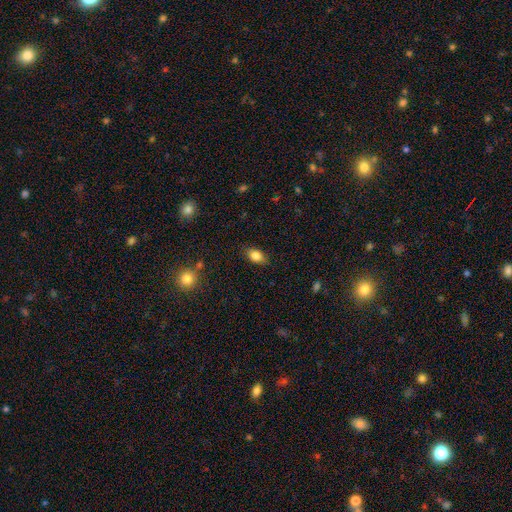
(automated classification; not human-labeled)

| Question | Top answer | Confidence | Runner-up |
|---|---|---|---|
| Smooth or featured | smooth | 84% | star or artifact (9%) |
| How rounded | in between | 83% | round (14%) |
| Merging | none | 82% | minor disturbance (13%) |